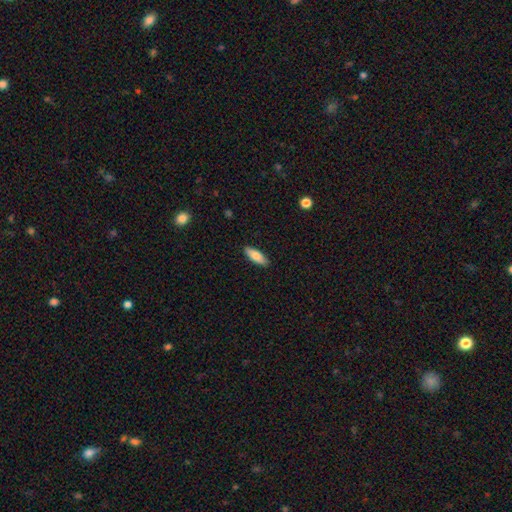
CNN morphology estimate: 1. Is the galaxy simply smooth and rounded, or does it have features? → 80% smooth, 14% featured or disk, 6% star or artifact.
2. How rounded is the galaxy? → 65% in between, 33% cigar-shaped, 2% round.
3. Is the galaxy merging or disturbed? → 89% none, 8% minor disturbance, 2% major disturbance, 1% merger.